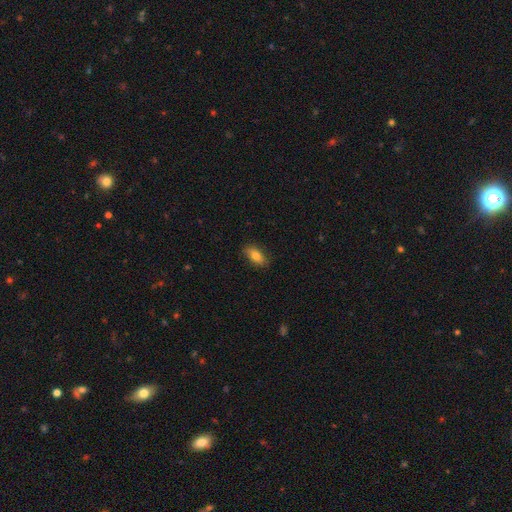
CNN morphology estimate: smooth_or_featured: smooth (p=0.77) [alt: featured or disk p=0.16]
how_rounded: in between (p=0.83) [alt: cigar-shaped p=0.12]
merging: none (p=0.85) [alt: minor disturbance p=0.12]